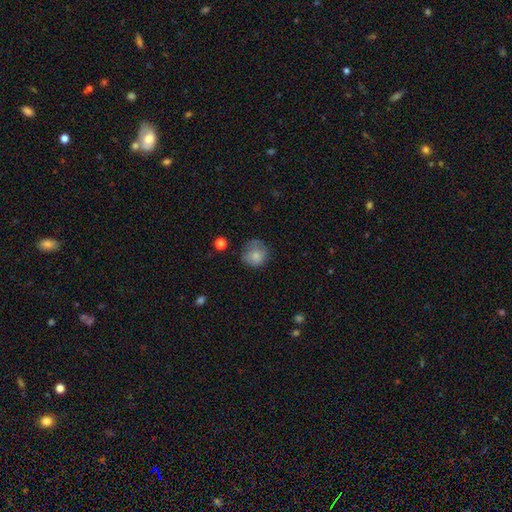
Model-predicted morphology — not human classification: type=smooth (77%); roundness=round (85%); merging=none (62%).